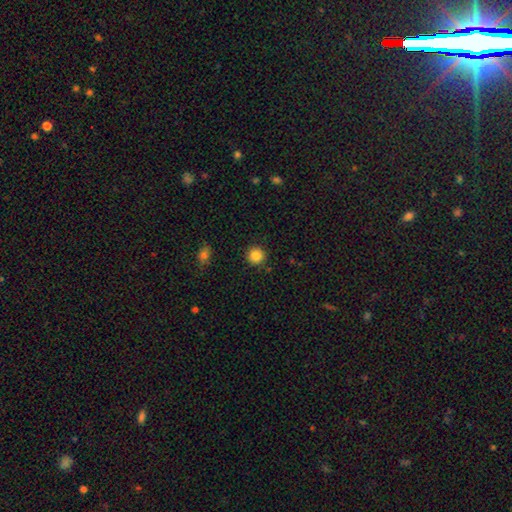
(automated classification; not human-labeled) smooth 86%, star or artifact 10%, featured or disk 4%. Down the decision tree: how rounded — round (94%); merging — none (90%).